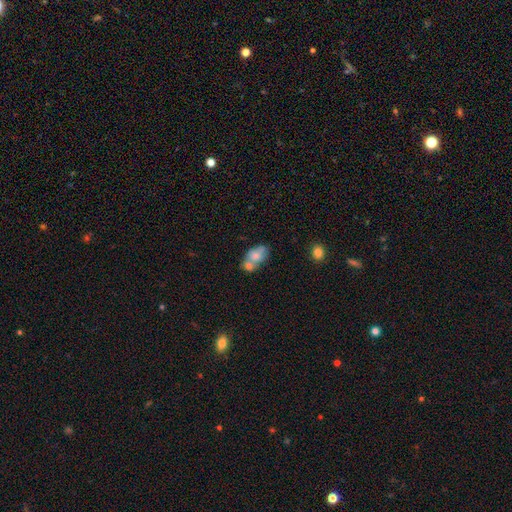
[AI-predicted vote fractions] Morphology: type=smooth (63%); roundness=in between (81%); merging=merger (57%).